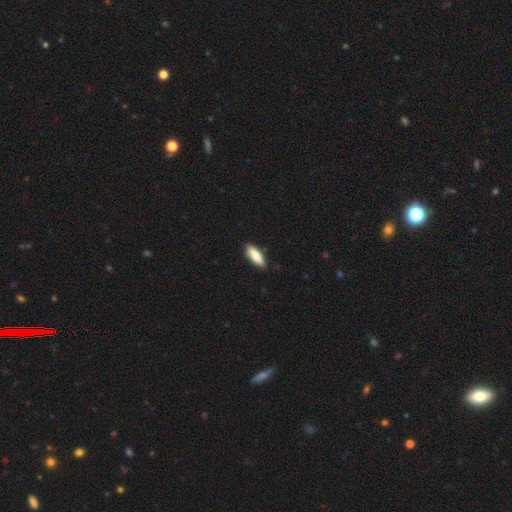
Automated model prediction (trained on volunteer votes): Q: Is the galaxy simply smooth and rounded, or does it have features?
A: smooth — 81%.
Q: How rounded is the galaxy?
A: in between — 59%.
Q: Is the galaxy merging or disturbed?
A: none — 87%.